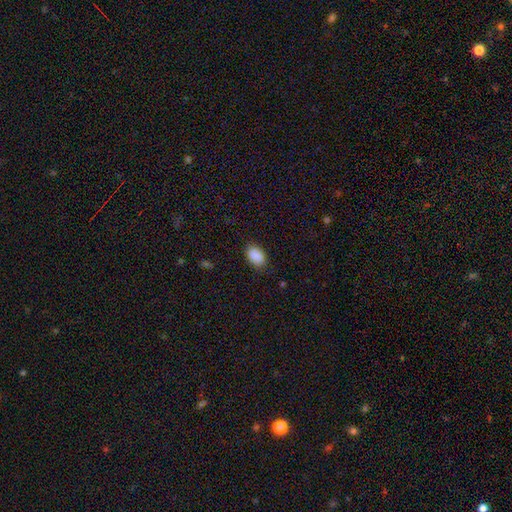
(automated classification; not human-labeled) Q: Smooth or featured?
A: smooth (90%); runner-up: star or artifact (7%)
Q: How rounded?
A: in between (87%); runner-up: round (12%)
Q: Merging?
A: none (83%); runner-up: minor disturbance (13%)